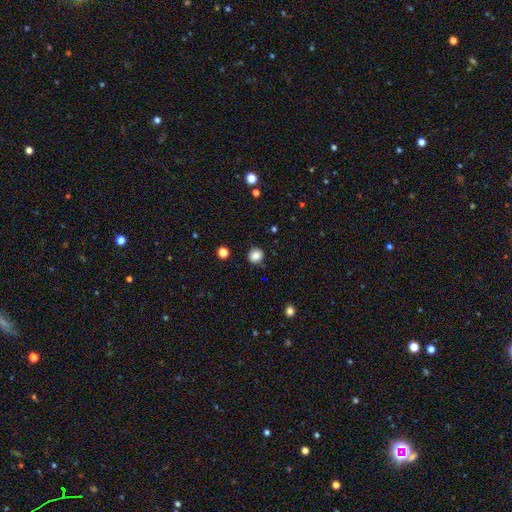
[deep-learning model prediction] Q: Smooth or featured?
A: smooth (85%); runner-up: star or artifact (11%)
Q: How rounded?
A: round (89%); runner-up: in between (10%)
Q: Merging?
A: none (88%); runner-up: minor disturbance (8%)